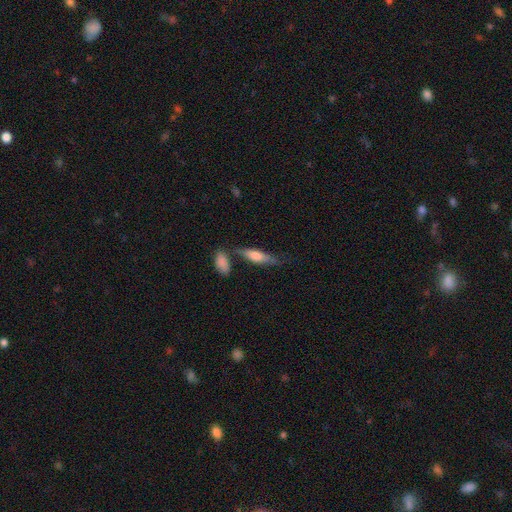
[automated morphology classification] Overall: smooth (57%; featured or disk 37%). How rounded: cigar-shaped (61%; in between 37%). Merging: none (63%).